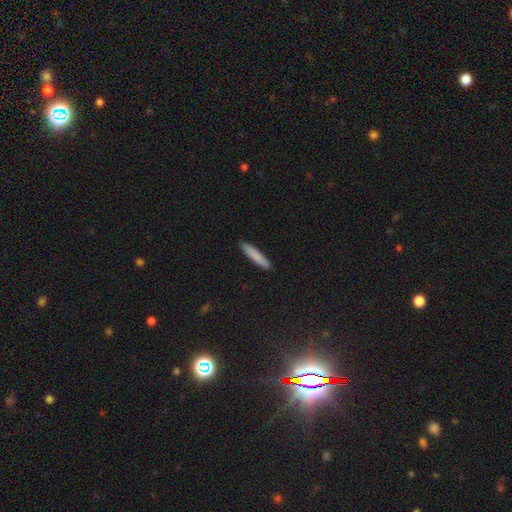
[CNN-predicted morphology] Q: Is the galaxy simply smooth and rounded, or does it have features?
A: smooth — 83%.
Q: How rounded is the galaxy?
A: cigar-shaped — 92%.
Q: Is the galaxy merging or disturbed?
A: none — 91%.